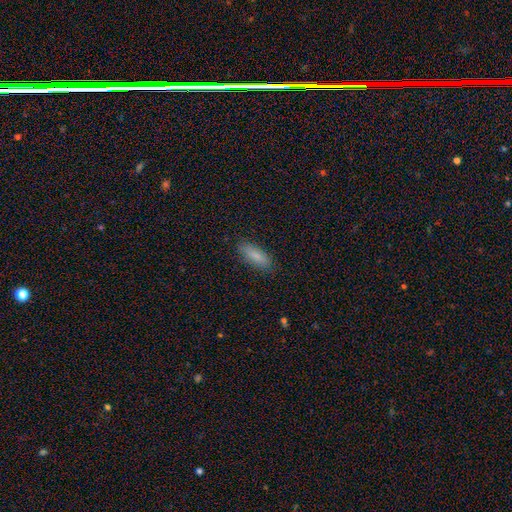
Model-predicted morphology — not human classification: A smooth galaxy with no disk features (82%) that is in between round and cigar-shaped (67%).

Vote fractions:
- Smooth or featured? smooth: 82% / featured or disk: 11% / star or artifact: 7%
- How rounded? in between: 67% / cigar-shaped: 31% / round: 2%
- Merging? none: 85% / minor disturbance: 11% / major disturbance: 2% / merger: 1%